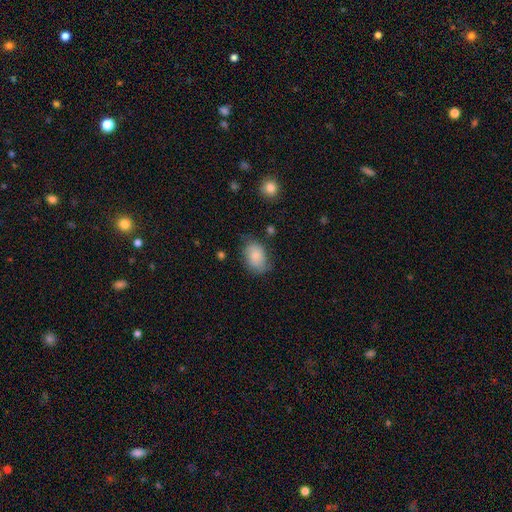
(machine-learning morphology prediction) Smooth or featured? smooth (79%)
How rounded? in between (75%)
Merging? none (62%)